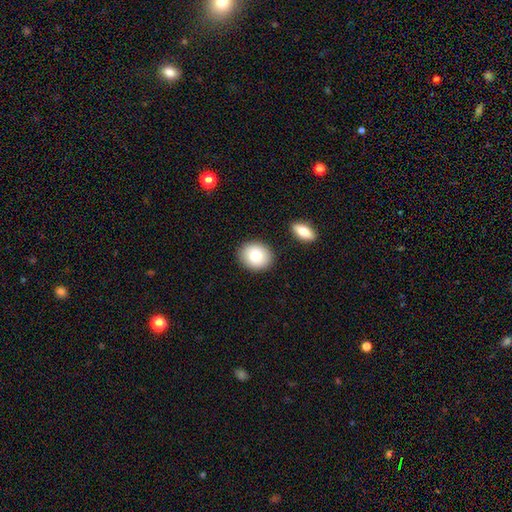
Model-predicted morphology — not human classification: Smooth or featured?
  - smooth: 83% *
  - featured or disk: 9%
  - star or artifact: 8%
How rounded?
  - round: 63% *
  - in between: 36%
  - cigar-shaped: 1%
Merging?
  - none: 87% *
  - minor disturbance: 8%
  - merger: 3%
  - major disturbance: 2%